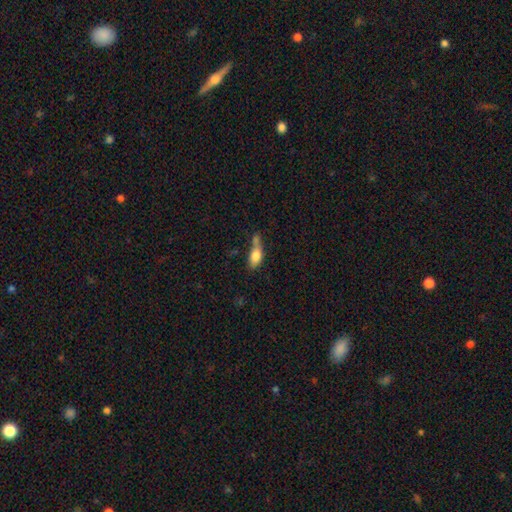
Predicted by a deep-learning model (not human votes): Smooth or featured?
  - smooth: 73% *
  - featured or disk: 18%
  - star or artifact: 8%
How rounded?
  - in between: 75% *
  - cigar-shaped: 18%
  - round: 7%
Merging?
  - merger: 33% *
  - none: 30%
  - minor disturbance: 24%
  - major disturbance: 14%